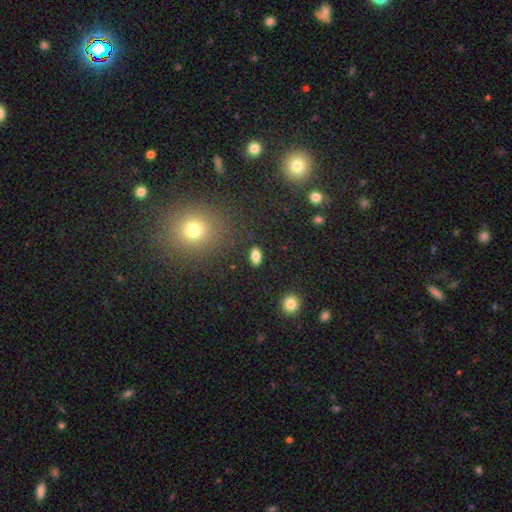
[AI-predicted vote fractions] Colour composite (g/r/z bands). It shows a smooth galaxy with no disk features (83%) that is in between round and cigar-shaped (89%). Merging: none (88%).